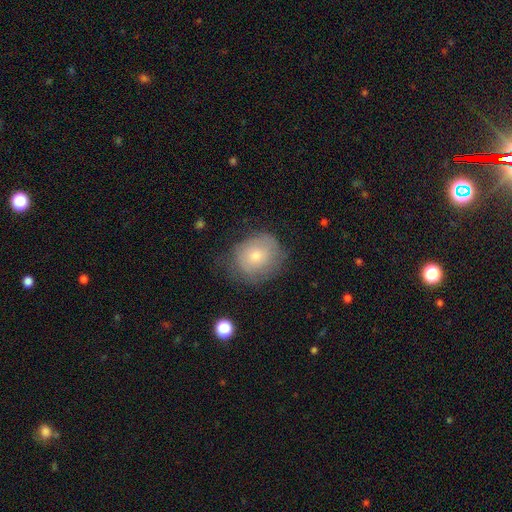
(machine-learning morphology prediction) Overall: smooth (64%; featured or disk 26%). How rounded: round (72%). Merging: none (64%; minor disturbance 26%).